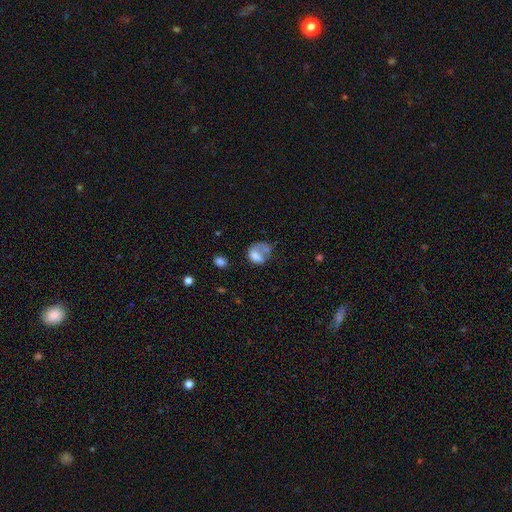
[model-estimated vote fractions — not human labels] This appears to be a smooth galaxy with no disk features (64%) that is in between round and cigar-shaped (63%). Merging: major disturbance (32%).